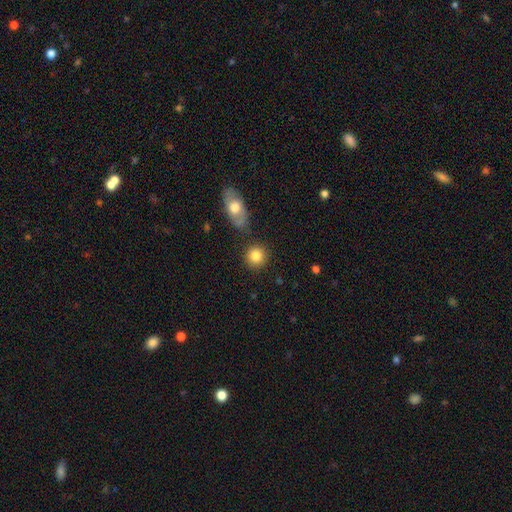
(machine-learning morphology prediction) Smooth or featured? Predicted: smooth (p=0.83). How rounded? Predicted: round (p=0.88). Merging? Predicted: none (p=0.82).